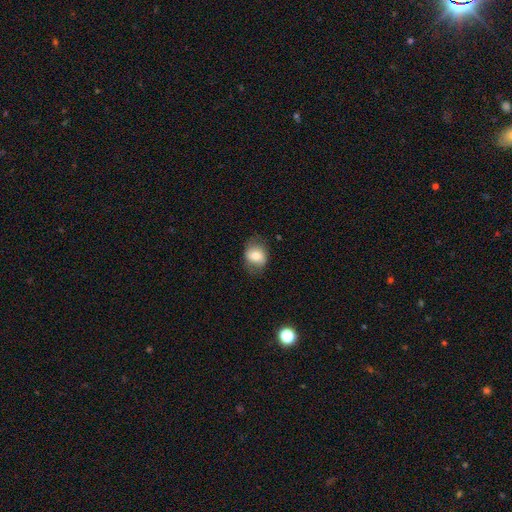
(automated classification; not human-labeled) Overall: smooth (70%). How rounded: in between (53%; round 45%). Merging: none (72%).